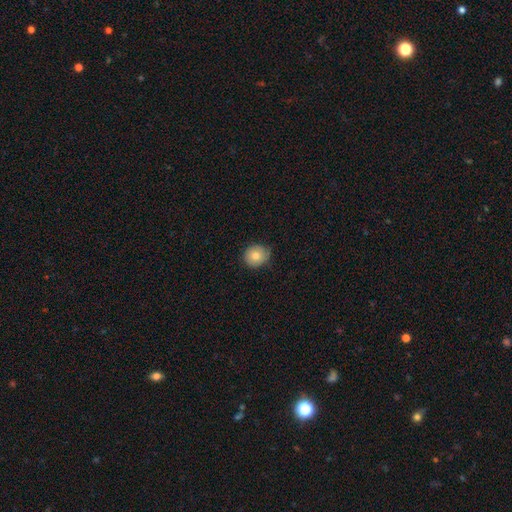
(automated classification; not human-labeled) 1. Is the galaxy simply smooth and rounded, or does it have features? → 77% smooth, 14% featured or disk, 9% star or artifact.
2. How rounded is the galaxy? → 84% round, 15% in between, 1% cigar-shaped.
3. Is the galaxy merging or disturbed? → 76% none, 20% minor disturbance, 3% major disturbance, 1% merger.